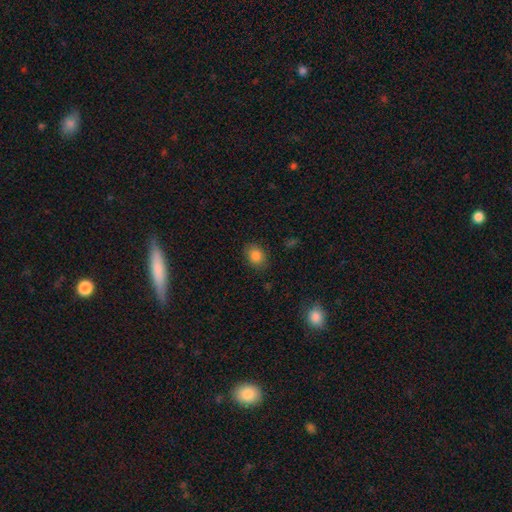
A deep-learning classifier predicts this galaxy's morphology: Overall: smooth (84%). How rounded: in between (61%; round 38%). Merging: none (85%).